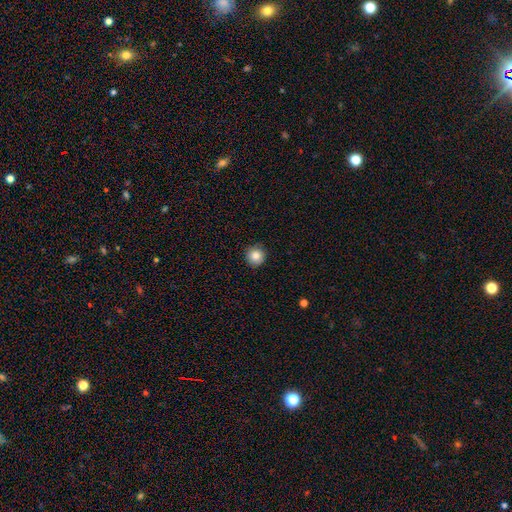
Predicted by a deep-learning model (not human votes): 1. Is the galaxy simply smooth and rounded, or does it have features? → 84% smooth, 9% star or artifact, 7% featured or disk.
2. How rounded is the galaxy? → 93% round, 6% in between, 1% cigar-shaped.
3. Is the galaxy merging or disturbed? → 89% none, 8% minor disturbance, 2% major disturbance, 1% merger.